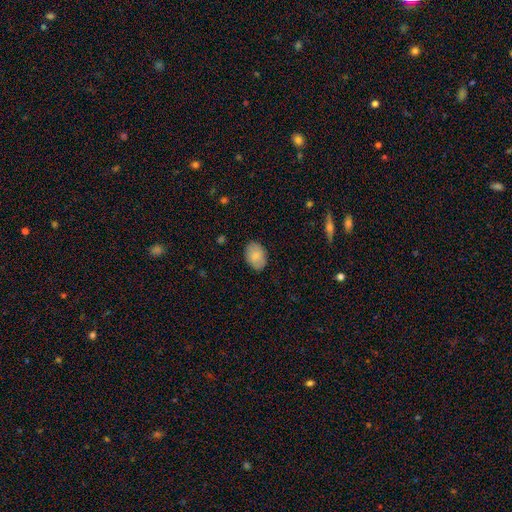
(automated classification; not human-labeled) Smooth or featured?
  - smooth: 84% *
  - featured or disk: 10%
  - star or artifact: 6%
How rounded?
  - in between: 84% *
  - round: 15%
  - cigar-shaped: 1%
Merging?
  - none: 86% *
  - minor disturbance: 11%
  - major disturbance: 2%
  - merger: 1%